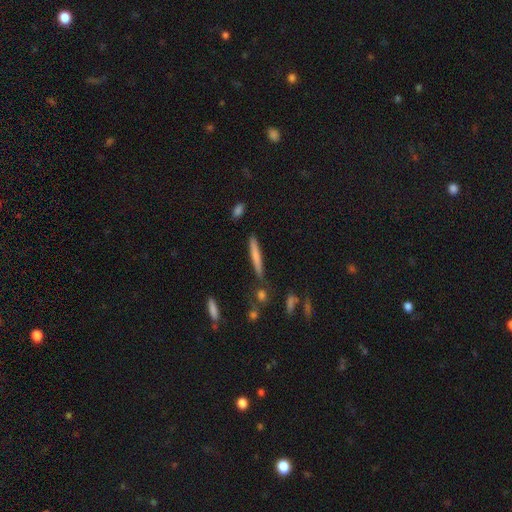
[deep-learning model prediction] Smooth or featured? smooth (67%)
How rounded? cigar-shaped (94%)
Merging? none (80%)